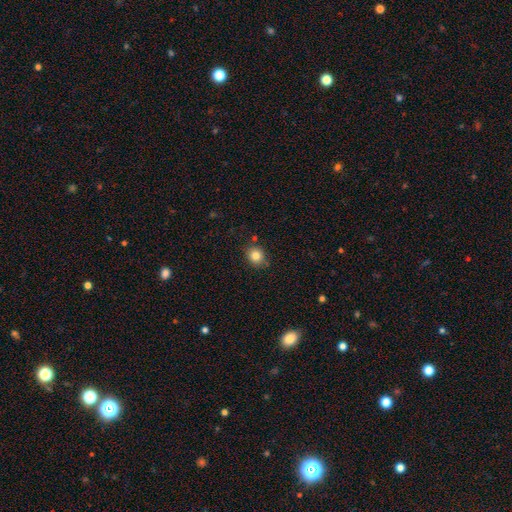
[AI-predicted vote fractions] Smooth or featured? Predicted: smooth (p=0.83). How rounded? Predicted: round (p=0.68). Merging? Predicted: none (p=0.83).